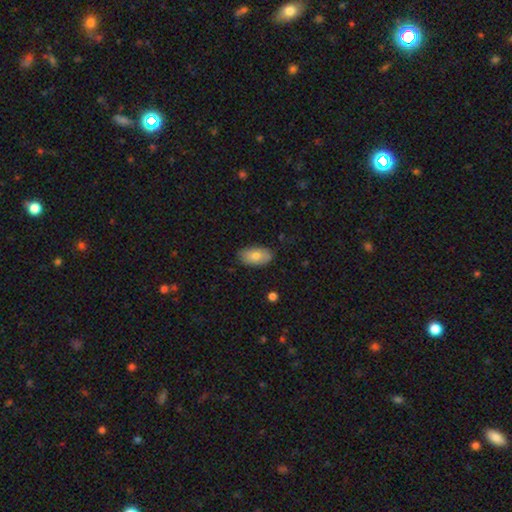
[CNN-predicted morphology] Smooth or featured? smooth (77%)
How rounded? in between (94%)
Merging? none (84%)